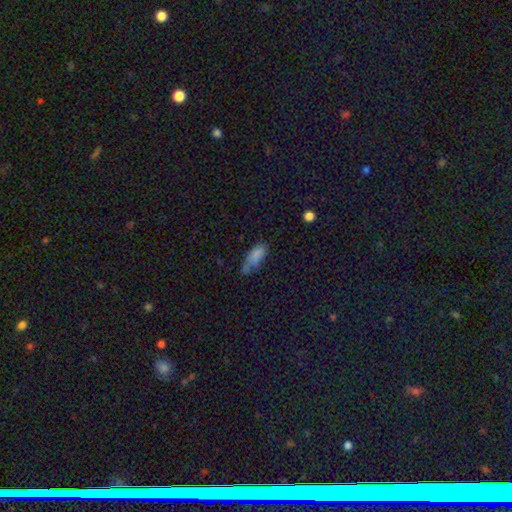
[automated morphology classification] type=smooth (78%); roundness=in between (74%); merging=none (43%).